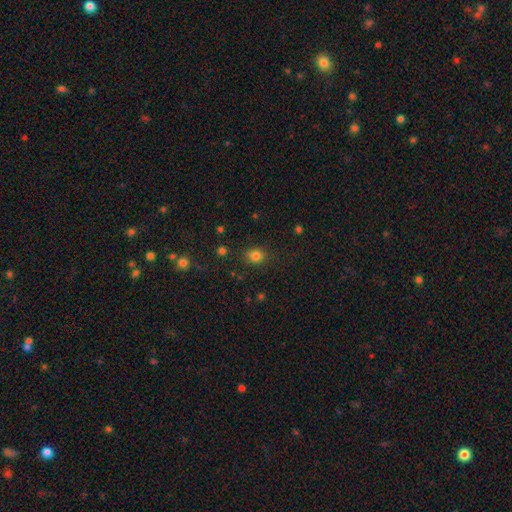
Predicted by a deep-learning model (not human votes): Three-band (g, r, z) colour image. It shows a smooth galaxy with no disk features (80%) that is round (65%). Merging: none (84%).